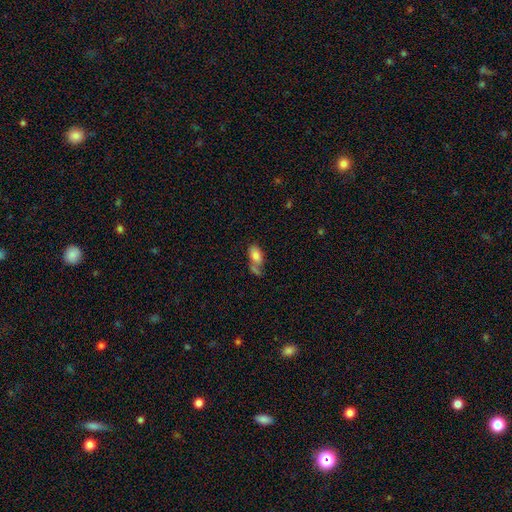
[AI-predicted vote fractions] This appears to be a smooth galaxy with no disk features (78%) that is in between round and cigar-shaped (90%). Merging: none (37%).